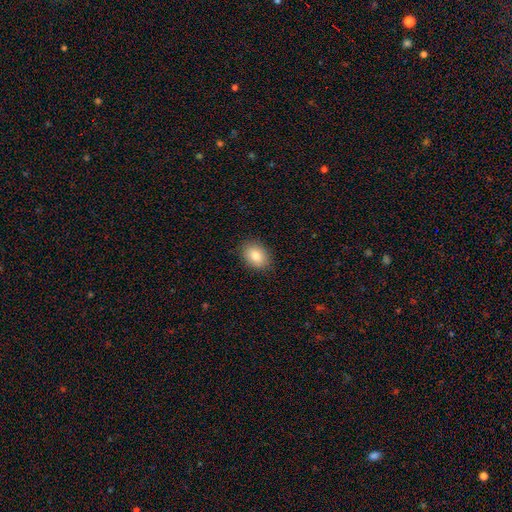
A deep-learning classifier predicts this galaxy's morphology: Smooth or featured: smooth — 84% (star or artifact — 8%)
How rounded: in between — 72% (round — 27%)
Merging: none — 88% (minor disturbance — 9%)